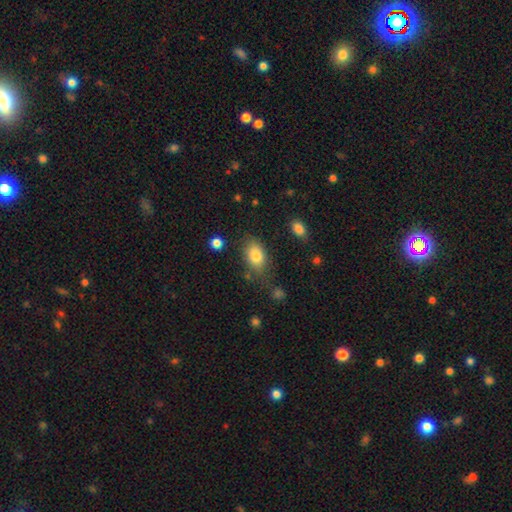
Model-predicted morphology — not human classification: The model was most divided on "merging": none: 71%, minor disturbance: 19%, major disturbance: 6%, merger: 4%. More confident: how rounded — in between (85%); smooth or featured — smooth (82%).